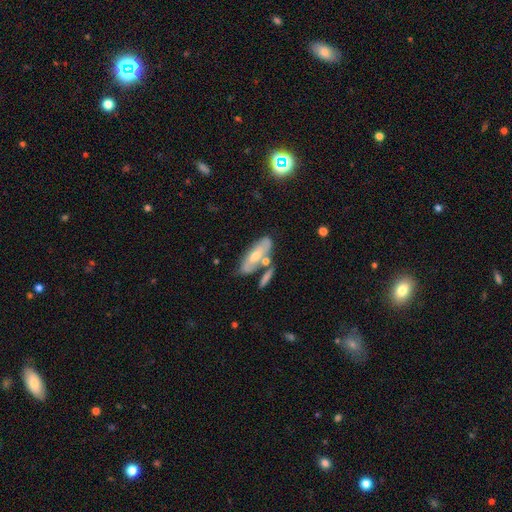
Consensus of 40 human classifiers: A featured or disk galaxy (55%) with a weak bar (54%), tight (36%, tied with medium) spiral arms (85%) and a moderate central bulge (54%).

Vote fractions:
- Smooth or featured? featured or disk: 55% / smooth: 38% / star or artifact: 8%
- Edge-on disk? no: 59% / yes: 41%
- Bar? weak: 54% / no: 38% / strong: 8%
- Spiral arms? yes: 85% / no: 15%
- Spiral winding? tight: 36% (tied) / medium: 36% (tied) / loose: 27%
- Spiral arm count? can't tell: 55% / 2: 45% / 1: 0% / 3: 0% / 4: 0% / more than 4: 0%
- Bulge size? moderate: 54% / small: 23% / large: 15% / dominant: 8% / none: 0%
- Merging? none: 68% / minor disturbance: 16% / merger: 11% / major disturbance: 5%